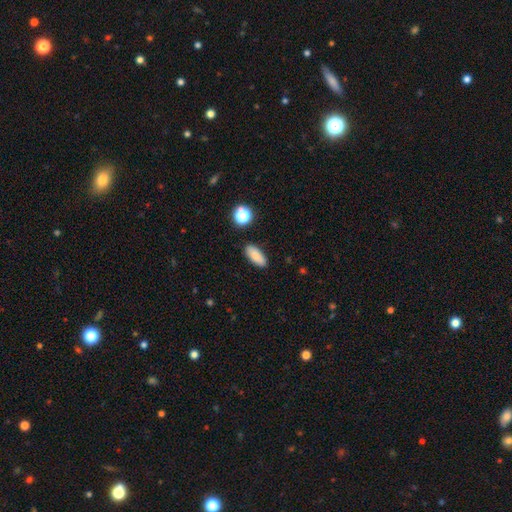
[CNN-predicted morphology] Q: Smooth or featured?
A: smooth (85%); runner-up: star or artifact (9%)
Q: How rounded?
A: in between (79%); runner-up: cigar-shaped (17%)
Q: Merging?
A: none (87%); runner-up: minor disturbance (8%)